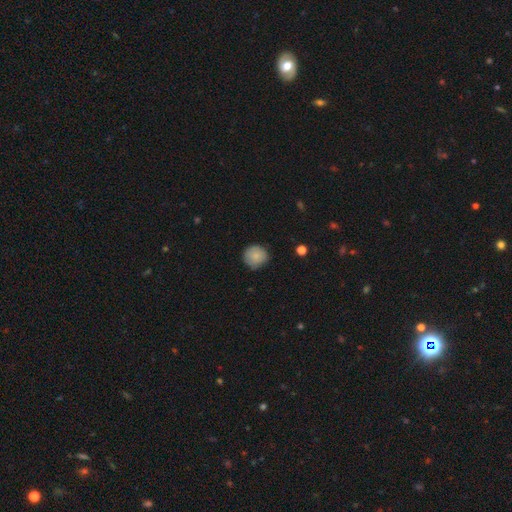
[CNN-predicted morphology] Smooth or featured? smooth (83%)
How rounded? round (91%)
Merging? none (81%)